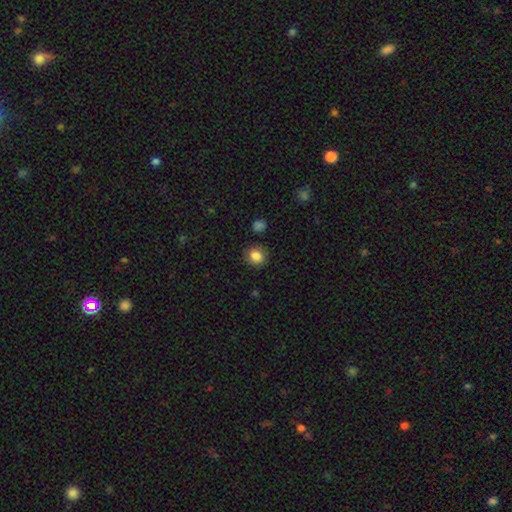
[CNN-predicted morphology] smooth-or-featured: smooth: 85% | star or artifact: 10% | featured or disk: 5%
  how-rounded: round: 80% | in between: 19% | cigar-shaped: 1%
  merging: none: 88% | minor disturbance: 8% | major disturbance: 2% | merger: 2%